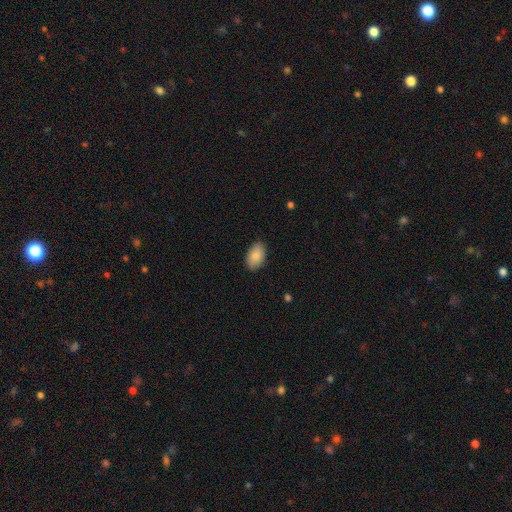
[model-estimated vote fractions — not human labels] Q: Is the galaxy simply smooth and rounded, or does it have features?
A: smooth — 86%.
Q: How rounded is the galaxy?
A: in between — 92%.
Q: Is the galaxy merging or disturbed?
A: none — 88%.